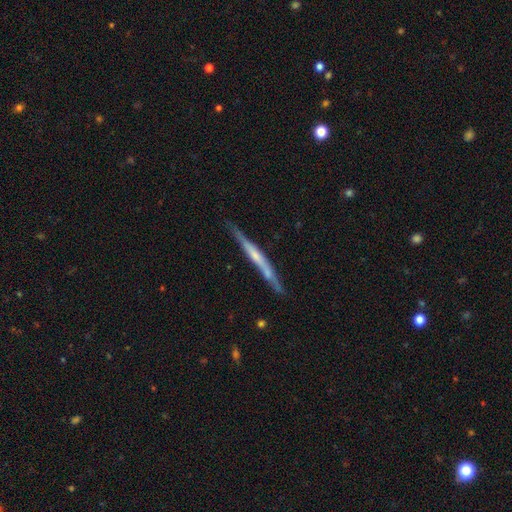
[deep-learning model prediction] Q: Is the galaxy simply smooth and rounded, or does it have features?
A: featured or disk — 63%.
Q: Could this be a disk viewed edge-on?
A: yes — 96%.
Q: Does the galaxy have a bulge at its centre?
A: none — 56%.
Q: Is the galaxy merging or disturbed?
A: none — 77%.